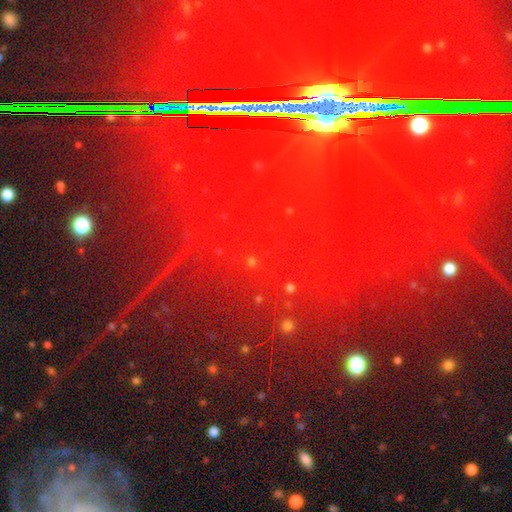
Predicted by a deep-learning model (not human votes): This appears to be a star or artifact, not a galaxy (84%).